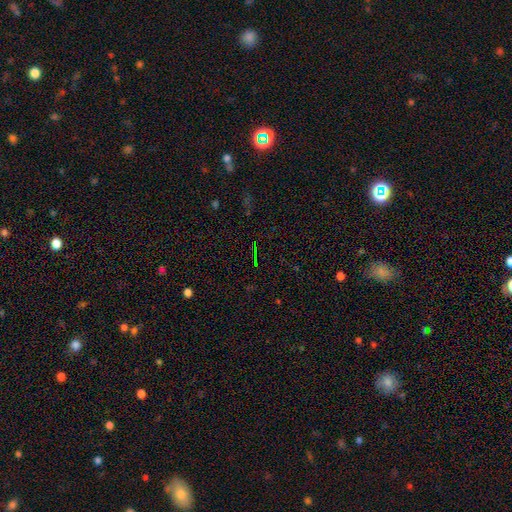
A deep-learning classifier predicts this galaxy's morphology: A star or artifact, not a galaxy (73%).